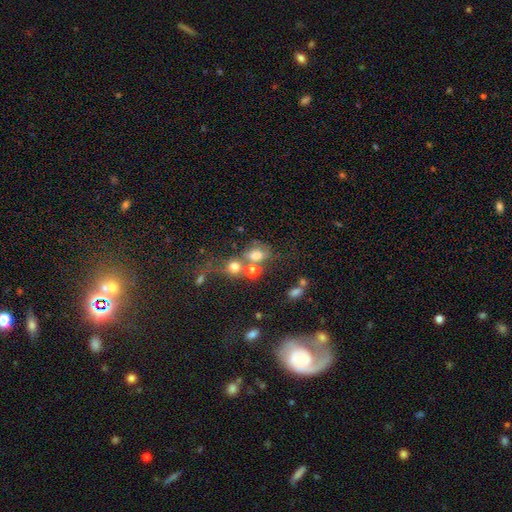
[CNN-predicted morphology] Overall: smooth (64%). How rounded: in between (54%; round 44%). Merging: merger (37%; none 36%).